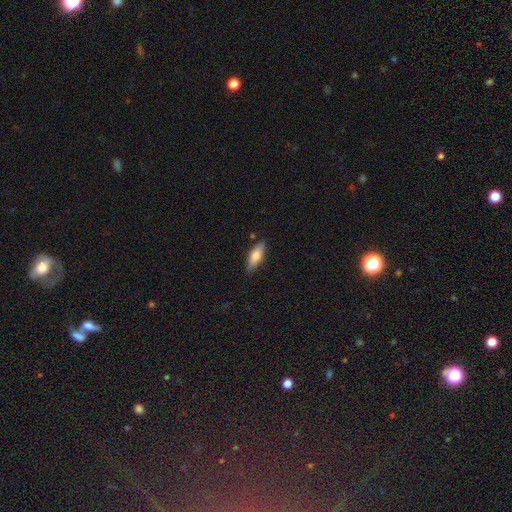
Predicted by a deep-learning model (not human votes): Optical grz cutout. It shows a smooth galaxy with no disk features (69%) that is in between round and cigar-shaped (62%). Merging: none (83%).